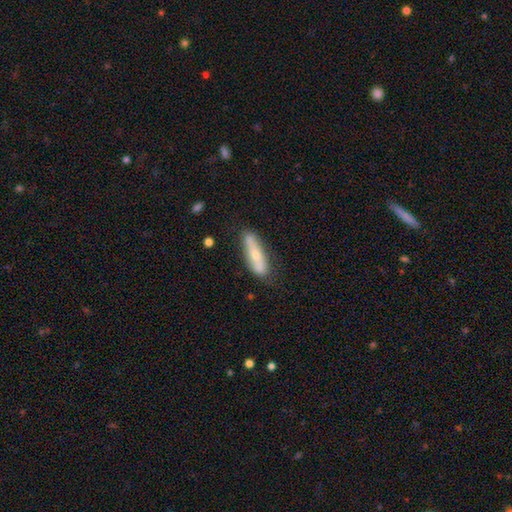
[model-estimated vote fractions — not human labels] A smooth galaxy with no disk features (50%) that is cigar-shaped (68%).

Vote fractions:
- Smooth or featured? smooth: 50% / featured or disk: 44% / star or artifact: 6%
- How rounded? cigar-shaped: 68% / in between: 30% / round: 2%
- Merging? none: 77% / minor disturbance: 18% / major disturbance: 4% / merger: 2%